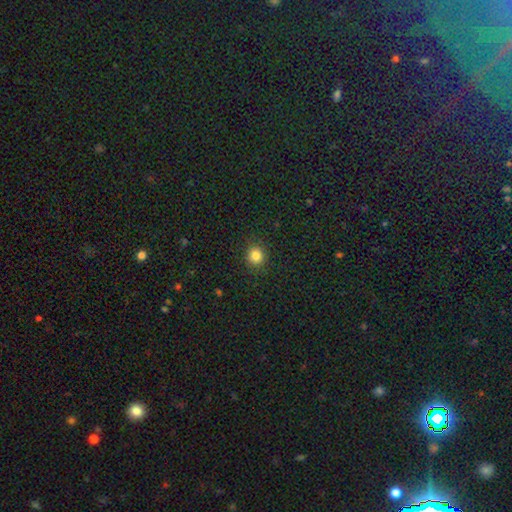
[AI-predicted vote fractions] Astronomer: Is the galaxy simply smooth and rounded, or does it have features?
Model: smooth — 83%.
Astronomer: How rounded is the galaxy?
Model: round — 90%.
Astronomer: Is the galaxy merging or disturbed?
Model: none — 90%.